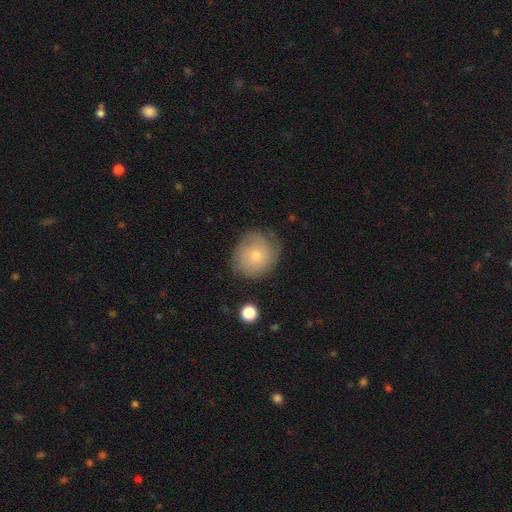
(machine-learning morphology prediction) Smooth or featured?
  - smooth: 59% *
  - featured or disk: 33%
  - star or artifact: 8%
How rounded?
  - round: 78% *
  - in between: 21%
  - cigar-shaped: 1%
Merging?
  - none: 71% *
  - minor disturbance: 21%
  - major disturbance: 6%
  - merger: 2%